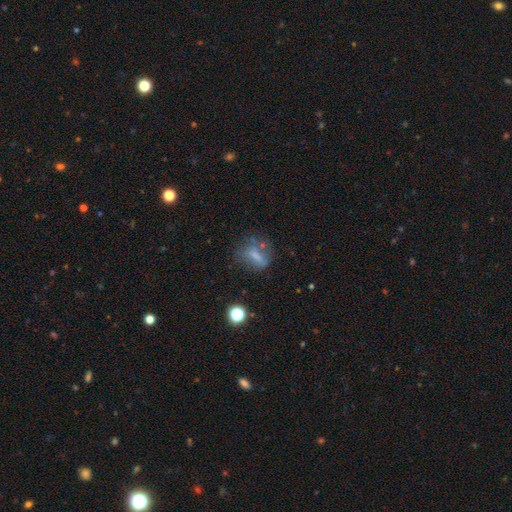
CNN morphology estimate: Smooth or featured?
  - smooth: 54% *
  - featured or disk: 30%
  - star or artifact: 16%
How rounded?
  - in between: 53% *
  - round: 25%
  - cigar-shaped: 21%
Merging?
  - none: 51% *
  - minor disturbance: 23%
  - major disturbance: 19%
  - merger: 7%